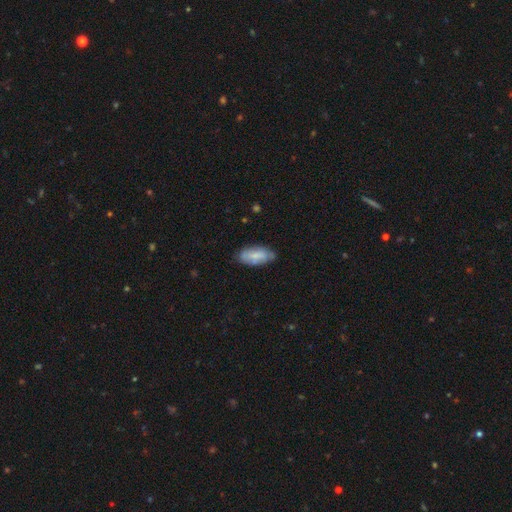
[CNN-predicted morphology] A smooth galaxy with no disk features (73%) that is in between round and cigar-shaped (89%). Merging: none (71%).